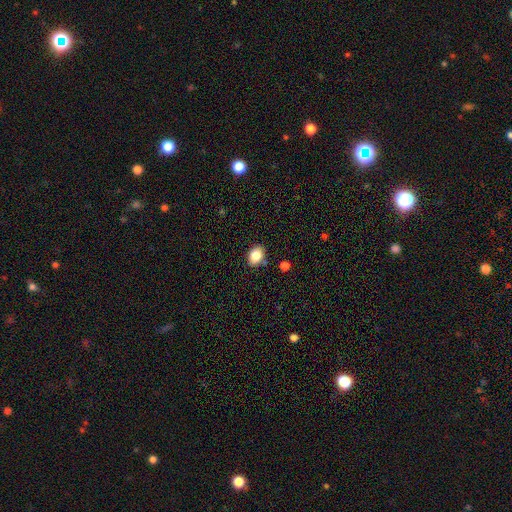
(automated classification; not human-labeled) A smooth galaxy with no disk features (85%) that is in between round and cigar-shaped (74%). Merging: none (82%).